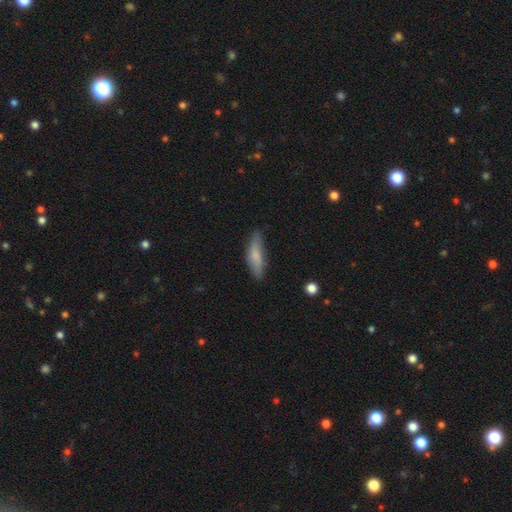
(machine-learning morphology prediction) This is likely a smooth galaxy (71%). How rounded: likely cigar-shaped (63%). Merging: likely none (74%).